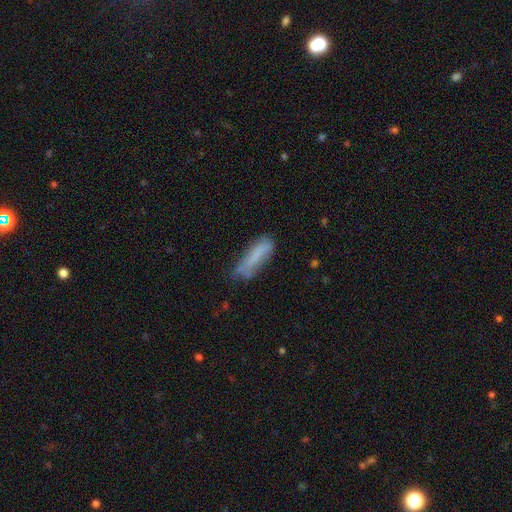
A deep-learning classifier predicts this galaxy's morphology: The model was most divided on "merging": none: 54%, minor disturbance: 31%, major disturbance: 11%, merger: 3%. More confident: smooth or featured — smooth (68%); how rounded — cigar-shaped (64%).